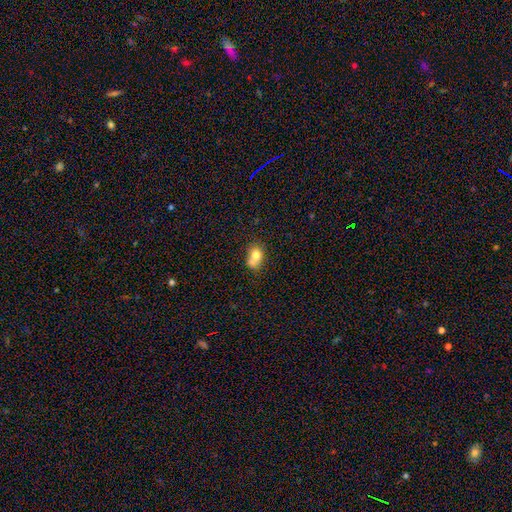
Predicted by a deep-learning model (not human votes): Overall: smooth (74%). How rounded: in between (60%; round 39%). Merging: none (39%; merger 34%).